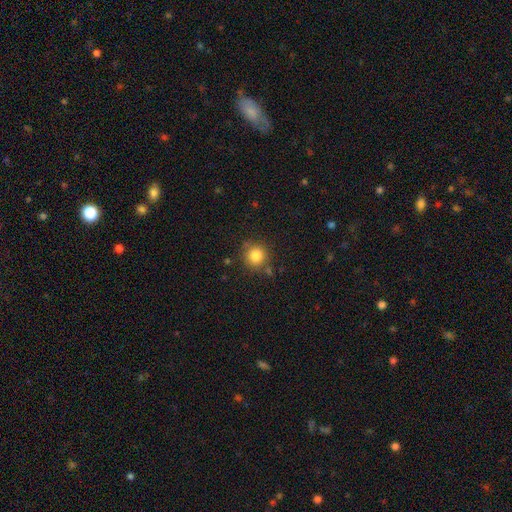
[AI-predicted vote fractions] Overall: smooth (84%). How rounded: round (93%). Merging: none (80%).